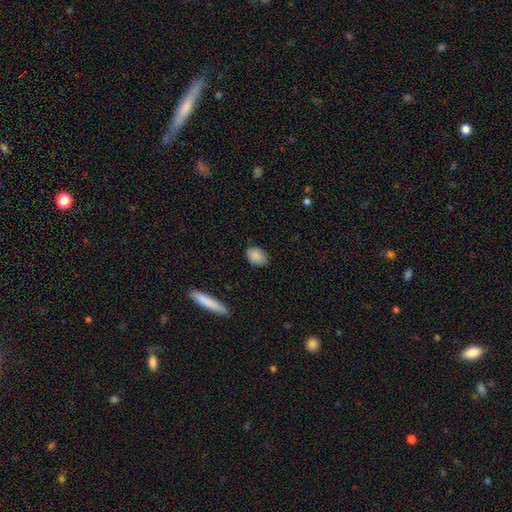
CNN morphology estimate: Smooth or featured? smooth (87%)
How rounded? in between (73%)
Merging? none (81%)